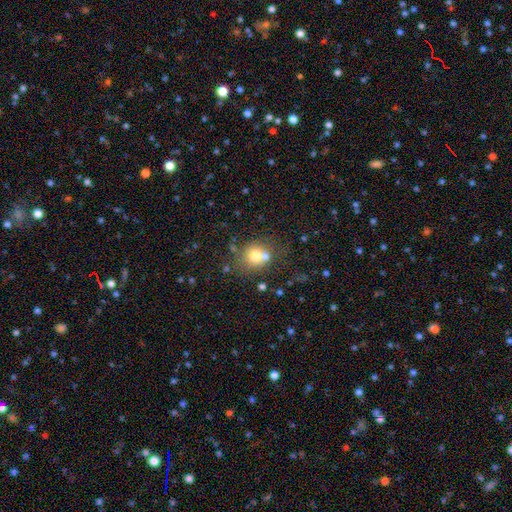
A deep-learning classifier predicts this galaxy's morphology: This is likely a smooth galaxy (71%). How rounded: clearly round (82%). Merging: possibly none (57%).